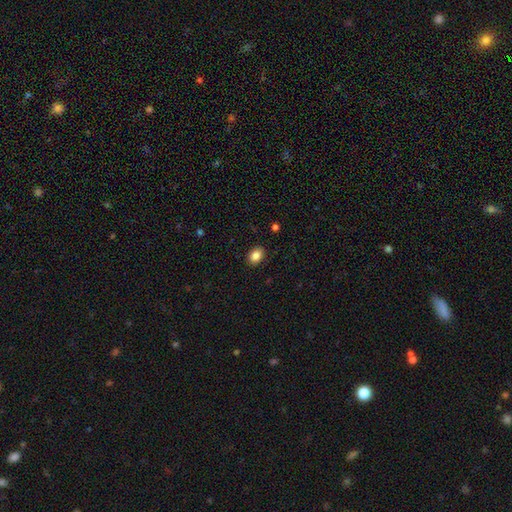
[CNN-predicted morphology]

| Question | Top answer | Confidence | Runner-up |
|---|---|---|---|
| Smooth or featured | smooth | 86% | star or artifact (9%) |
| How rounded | in between | 72% | round (27%) |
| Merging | none | 89% | minor disturbance (8%) |